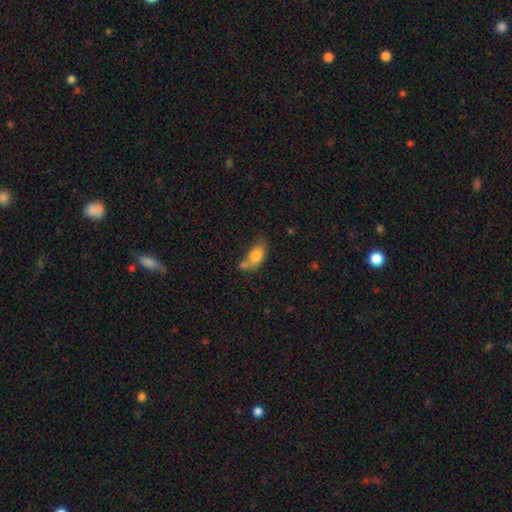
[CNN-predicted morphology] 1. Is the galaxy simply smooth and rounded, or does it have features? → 78% smooth, 14% featured or disk, 8% star or artifact.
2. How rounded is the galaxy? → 86% in between, 7% round, 7% cigar-shaped.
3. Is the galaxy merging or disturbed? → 34% none (tied), 34% merger (tied), 22% minor disturbance, 10% major disturbance.